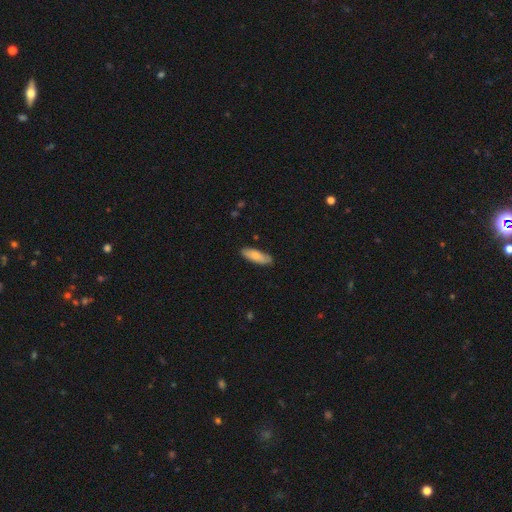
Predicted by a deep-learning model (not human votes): Smooth or featured: smooth — 78% (featured or disk — 17%)
How rounded: in between — 56% (cigar-shaped — 43%)
Merging: none — 85% (minor disturbance — 12%)